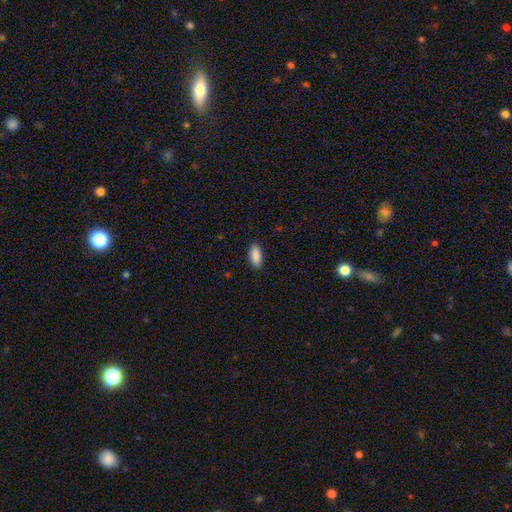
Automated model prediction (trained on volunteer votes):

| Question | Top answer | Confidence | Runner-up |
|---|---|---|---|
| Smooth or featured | smooth | 90% | star or artifact (6%) |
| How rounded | in between | 87% | cigar-shaped (11%) |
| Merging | none | 88% | minor disturbance (9%) |